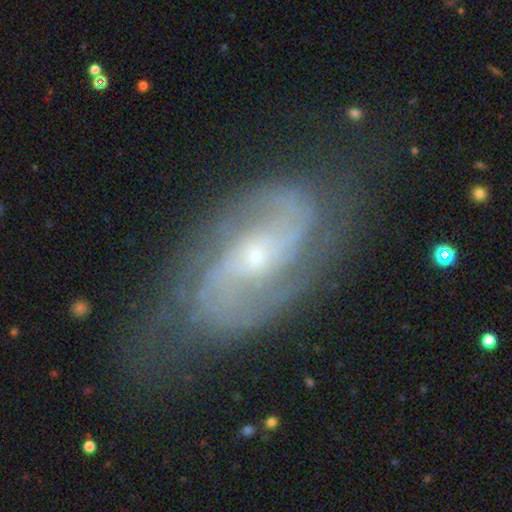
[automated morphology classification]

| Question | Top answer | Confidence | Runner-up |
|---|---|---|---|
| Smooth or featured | featured or disk | 88% | star or artifact (6%) |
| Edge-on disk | no | 96% | yes (4%) |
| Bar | no | 54% | weak (34%) |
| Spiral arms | yes | 97% | no (3%) |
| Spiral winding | medium | 48% | tight (37%) |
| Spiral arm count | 2 | 79% | can't tell (8%) |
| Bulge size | small | 72% | moderate (24%) |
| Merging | none | 70% | minor disturbance (19%) |